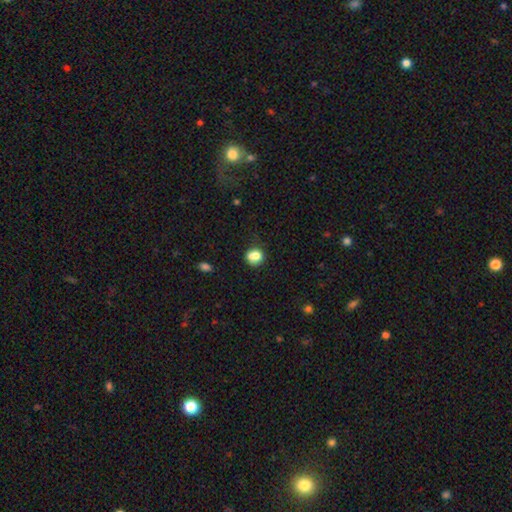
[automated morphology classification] Q: Smooth or featured?
A: smooth (80%); runner-up: star or artifact (10%)
Q: How rounded?
A: round (67%); runner-up: in between (32%)
Q: Merging?
A: none (55%); runner-up: minor disturbance (25%)